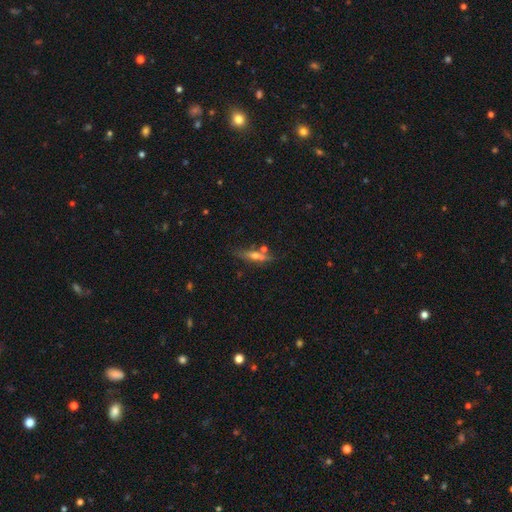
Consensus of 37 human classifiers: Q: Smooth or featured?
A: featured or disk (62%); runner-up: smooth (32%)
Q: Edge-on disk?
A: yes (96%); runner-up: no (4%)
Q: Edge-on bulge?
A: rounded (100%)
Q: Merging?
A: none (60%); runner-up: minor disturbance (26%)